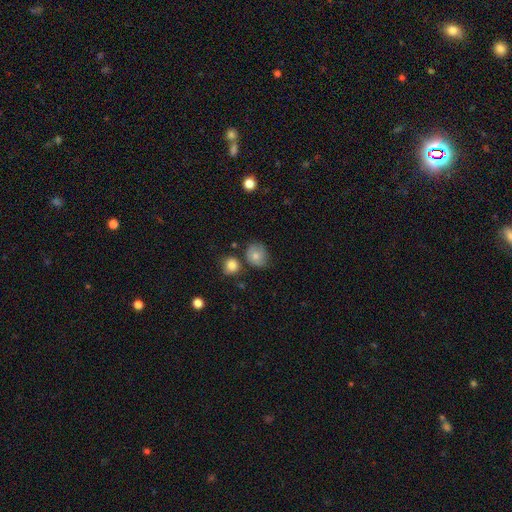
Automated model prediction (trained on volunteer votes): Smooth or featured: smooth — 77% (featured or disk — 13%)
How rounded: round — 65% (in between — 34%)
Merging: none — 62% (minor disturbance — 24%)